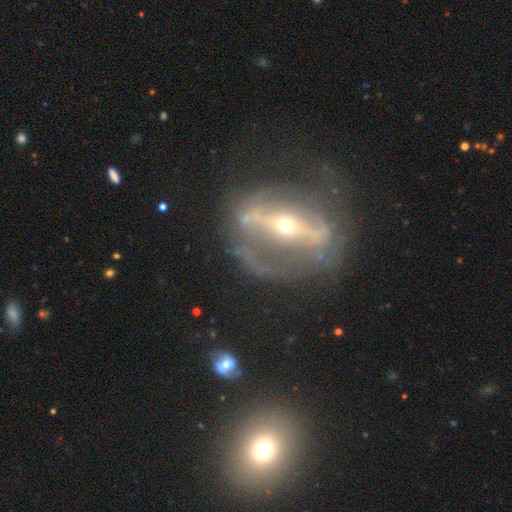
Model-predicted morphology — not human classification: type=featured or disk (83%); edge-on=no (81%); bar=strong (77%); spiral arms=yes (63%); bulge=small (61%); merging=none (55%).